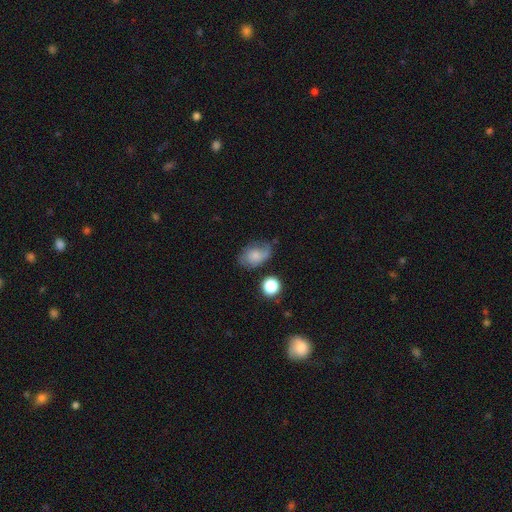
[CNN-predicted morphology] Smooth or featured?
  - smooth: 49% *
  - featured or disk: 41%
  - star or artifact: 10%
Merging?
  - none: 50% *
  - minor disturbance: 30%
  - major disturbance: 16%
  - merger: 5%